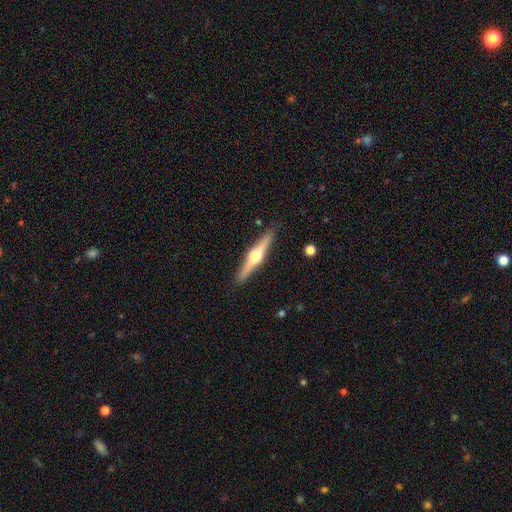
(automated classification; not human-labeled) smooth_or_featured: featured or disk (p=0.74) [alt: smooth p=0.21]
disk_edge_on: yes (p=0.98) [alt: no p=0.02]
edge_on_bulge: rounded (p=0.96) [alt: boxy p=0.02]
merging: none (p=0.90) [alt: minor disturbance p=0.08]